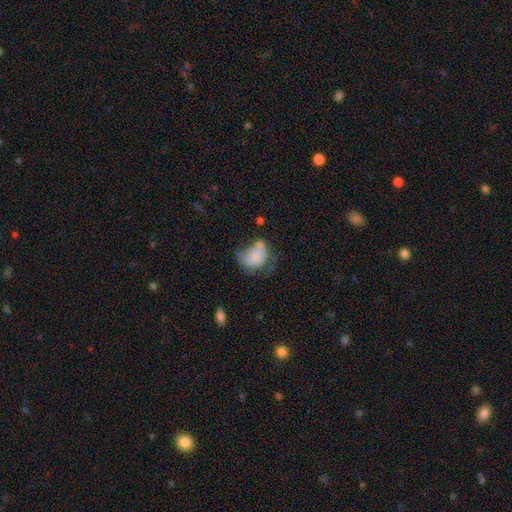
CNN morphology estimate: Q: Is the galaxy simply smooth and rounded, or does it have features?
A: smooth — 58%.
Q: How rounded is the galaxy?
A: in between — 62%.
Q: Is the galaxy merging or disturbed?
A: major disturbance — 39%.